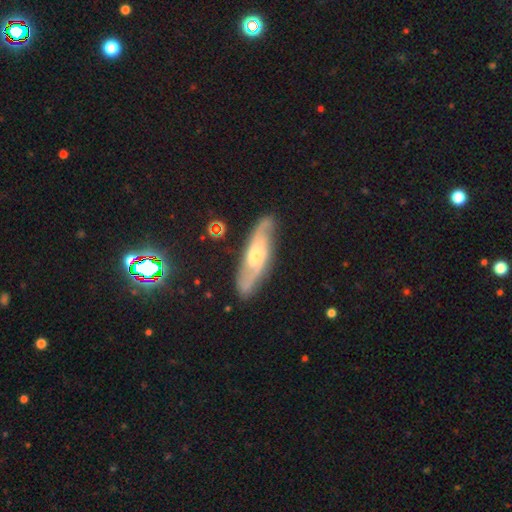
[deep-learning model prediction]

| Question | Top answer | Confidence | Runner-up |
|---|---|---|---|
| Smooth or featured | featured or disk | 75% | smooth (19%) |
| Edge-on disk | no | 77% | yes (23%) |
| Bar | no | 60% | weak (33%) |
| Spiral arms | yes | 92% | no (8%) |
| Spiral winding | medium | 46% | loose (29%) |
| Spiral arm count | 2 | 83% | can't tell (11%) |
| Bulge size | moderate | 57% | small (30%) |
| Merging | none | 83% | minor disturbance (12%) |